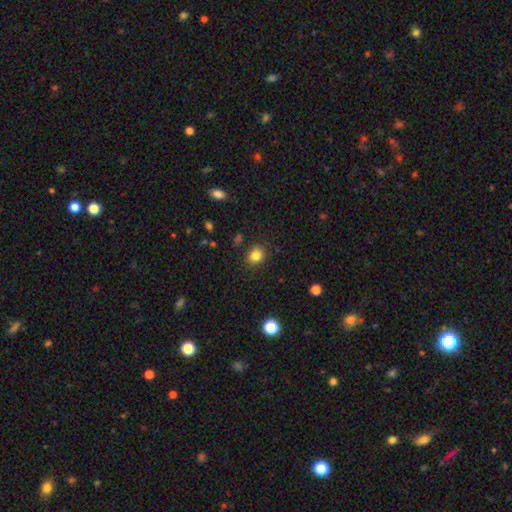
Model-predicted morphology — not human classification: smooth_or_featured: smooth (p=0.83) [alt: star or artifact p=0.12]
how_rounded: round (p=0.69) [alt: in between p=0.30]
merging: none (p=0.85) [alt: minor disturbance p=0.11]